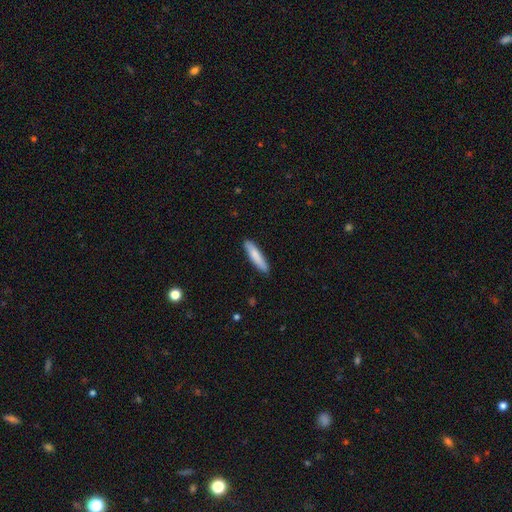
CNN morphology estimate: Q: Smooth or featured?
A: smooth (80%); runner-up: featured or disk (14%)
Q: How rounded?
A: cigar-shaped (85%); runner-up: in between (13%)
Q: Merging?
A: none (88%); runner-up: minor disturbance (9%)